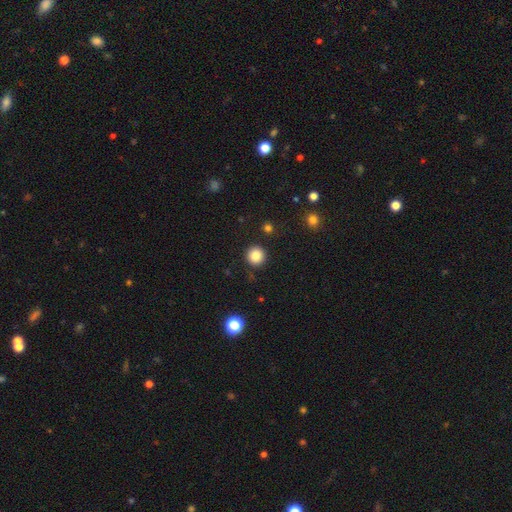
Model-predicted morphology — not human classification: The model was most divided on "smooth or featured": smooth: 86%, star or artifact: 10%, featured or disk: 4%. More confident: how rounded — round (95%); merging — none (91%).